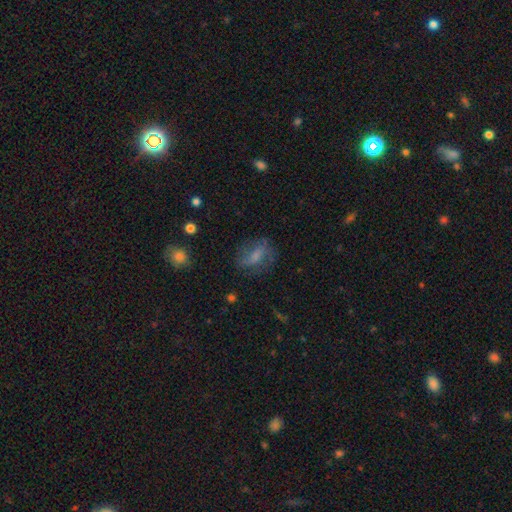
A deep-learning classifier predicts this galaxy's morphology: This appears to be a smooth galaxy with no disk features (49%). Merging: none (60%).